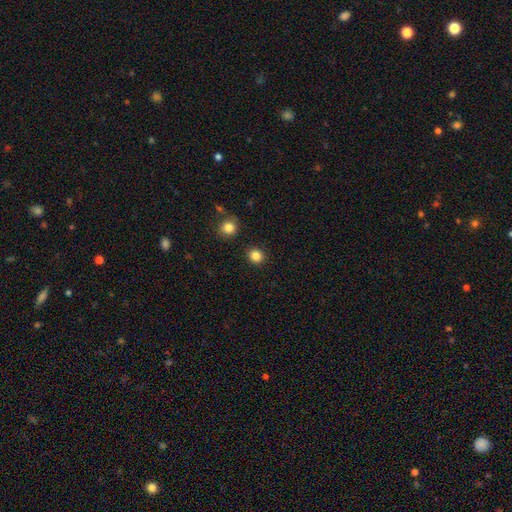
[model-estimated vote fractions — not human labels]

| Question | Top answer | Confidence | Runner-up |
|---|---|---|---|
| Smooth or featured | smooth | 85% | star or artifact (11%) |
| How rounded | round | 87% | in between (12%) |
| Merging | none | 91% | minor disturbance (5%) |